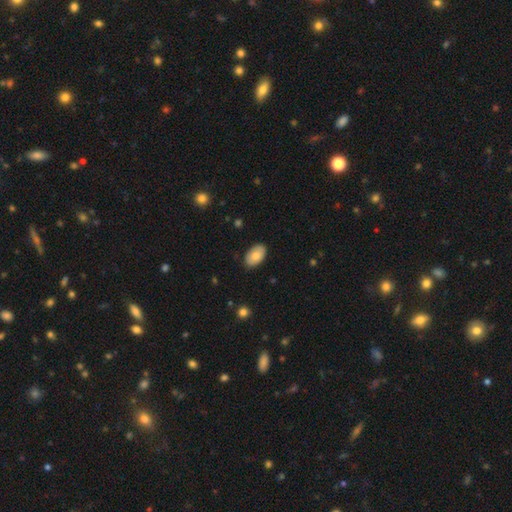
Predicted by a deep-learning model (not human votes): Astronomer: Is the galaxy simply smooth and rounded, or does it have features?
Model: smooth — 79%.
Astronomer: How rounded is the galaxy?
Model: in between — 94%.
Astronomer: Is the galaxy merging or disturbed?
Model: none — 87%.